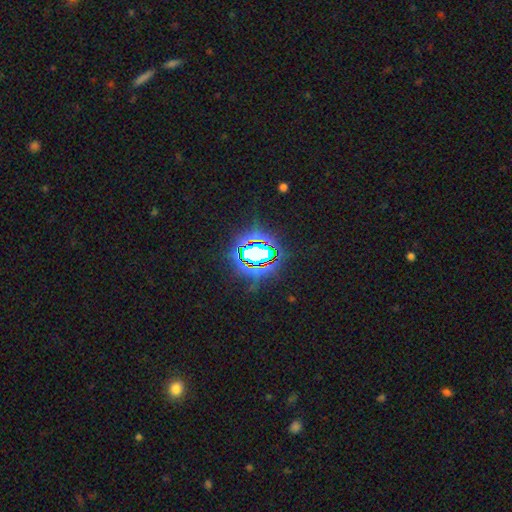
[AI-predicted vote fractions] A star or artifact, not a galaxy (72%).